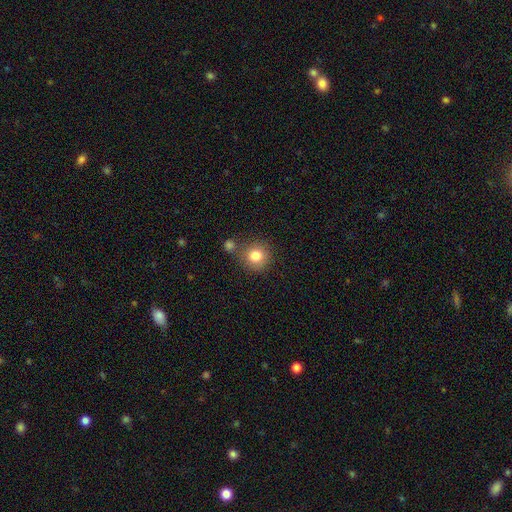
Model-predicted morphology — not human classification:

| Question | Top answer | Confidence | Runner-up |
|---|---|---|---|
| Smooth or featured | smooth | 82% | star or artifact (10%) |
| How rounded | round | 91% | in between (8%) |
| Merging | none | 71% | merger (15%) |